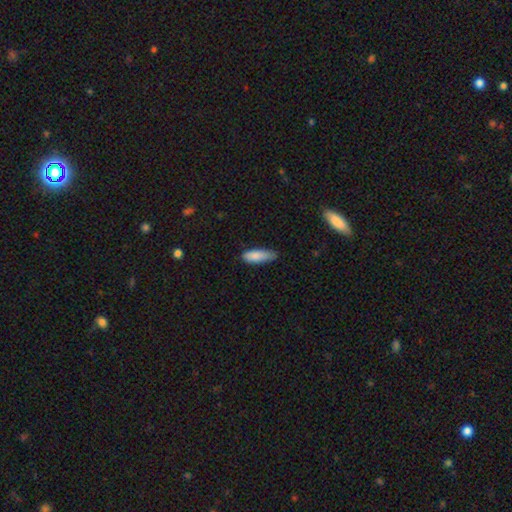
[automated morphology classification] A smooth galaxy with no disk features (86%) that is in between round and cigar-shaped (63%).

Vote fractions:
- Smooth or featured? smooth: 86% / featured or disk: 7% / star or artifact: 6%
- How rounded? in between: 63% / cigar-shaped: 35% / round: 2%
- Merging? none: 57% / minor disturbance: 35% / major disturbance: 5% / merger: 2%